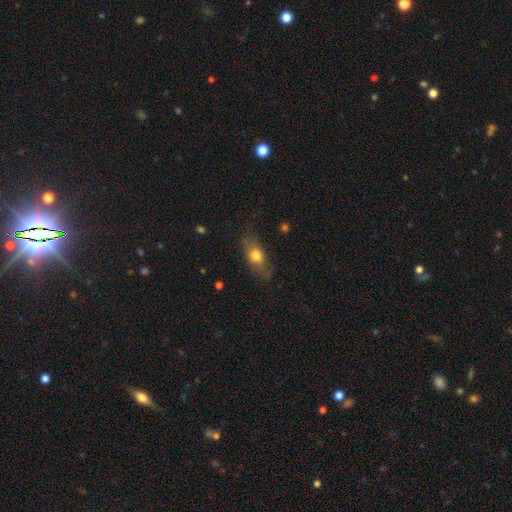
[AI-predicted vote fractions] A smooth galaxy with no disk features (66%) that is in between round and cigar-shaped (68%).

Vote fractions:
- Smooth or featured? smooth: 66% / featured or disk: 25% / star or artifact: 9%
- How rounded? in between: 68% / cigar-shaped: 20% / round: 12%
- Merging? none: 69% / minor disturbance: 22% / major disturbance: 8% / merger: 2%